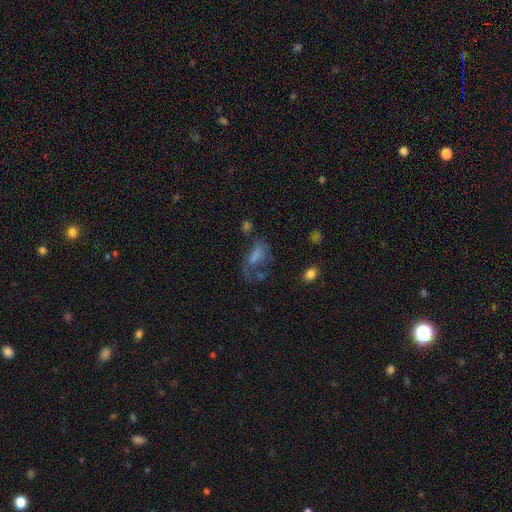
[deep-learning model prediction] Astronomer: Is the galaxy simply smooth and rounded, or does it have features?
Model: featured or disk — 42% (runner-up: smooth, 33%).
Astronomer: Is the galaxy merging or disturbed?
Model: none — 37% (runner-up: major disturbance, 35%).